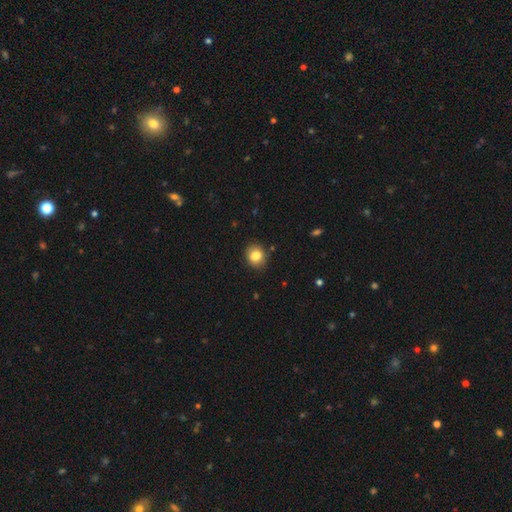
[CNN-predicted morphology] This appears to be a smooth galaxy with no disk features (83%) that is round (72%). Merging: none (87%).